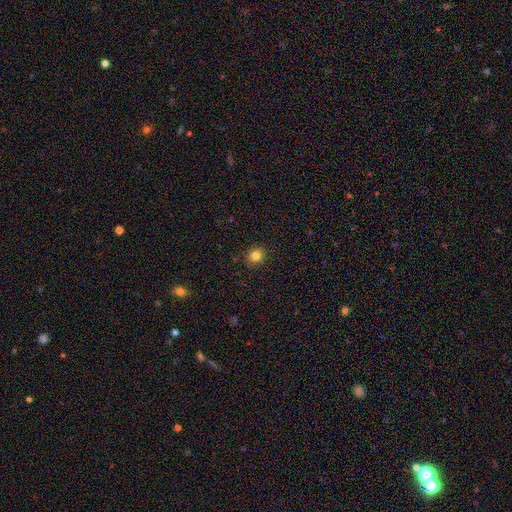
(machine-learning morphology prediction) Smooth or featured? Predicted: smooth (p=0.82). How rounded? Predicted: round (p=0.86). Merging? Predicted: none (p=0.90).